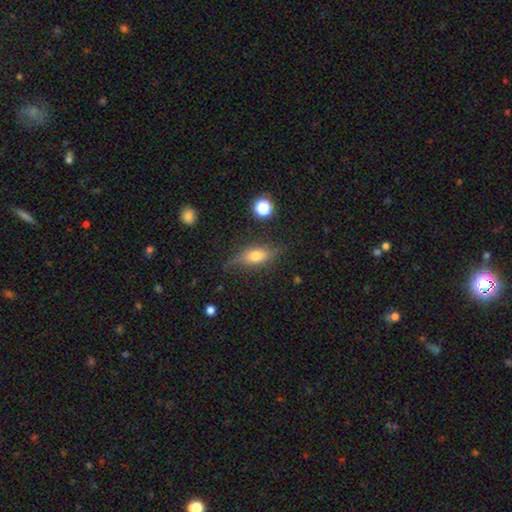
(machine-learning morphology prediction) A smooth galaxy with no disk features (56%) that is in between round and cigar-shaped (68%).

Vote fractions:
- Smooth or featured? smooth: 56% / featured or disk: 34% / star or artifact: 10%
- How rounded? in between: 68% / cigar-shaped: 23% / round: 9%
- Merging? none: 72% / minor disturbance: 19% / major disturbance: 6% / merger: 2%